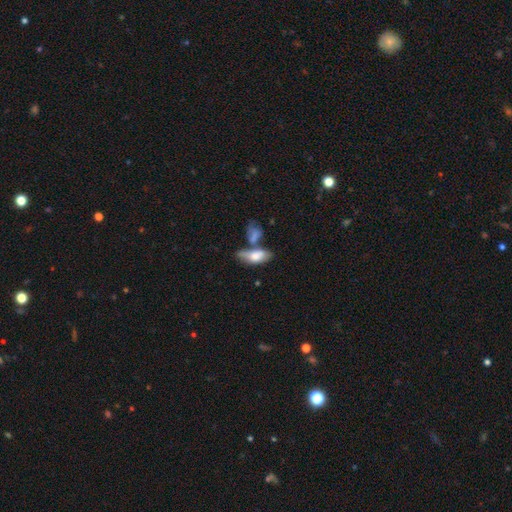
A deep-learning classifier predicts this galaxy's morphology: A smooth galaxy with no disk features (69%) that is in between round and cigar-shaped (82%). Merging: merger (39%).